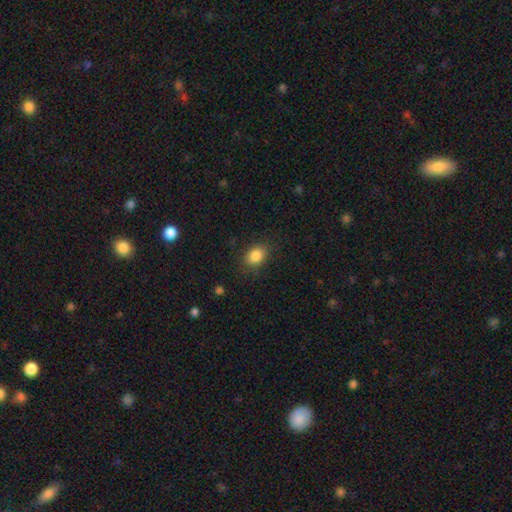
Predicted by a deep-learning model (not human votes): This appears to be a smooth galaxy with no disk features (86%) that is in between round and cigar-shaped (69%). Merging: none (82%).